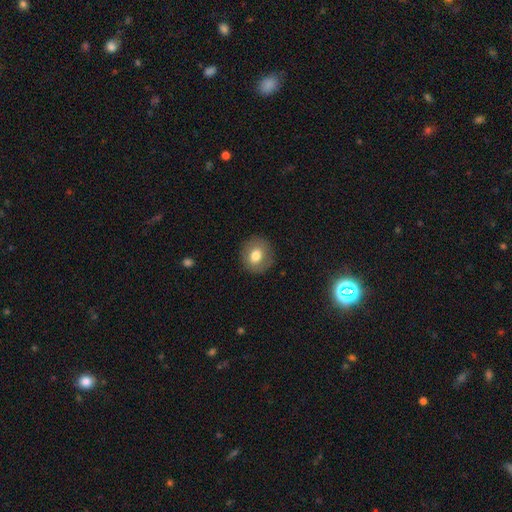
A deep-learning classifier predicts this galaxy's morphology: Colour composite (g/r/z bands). It shows a smooth galaxy with no disk features (75%) that is round (80%). Merging: none (87%).